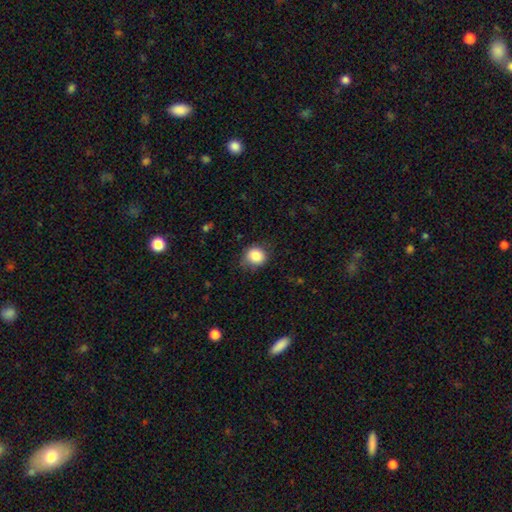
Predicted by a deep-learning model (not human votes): smooth-or-featured: smooth: 85% | star or artifact: 10% | featured or disk: 6%
  how-rounded: round: 79% | in between: 20% | cigar-shaped: 1%
  merging: none: 75% | minor disturbance: 20% | major disturbance: 4% | merger: 1%